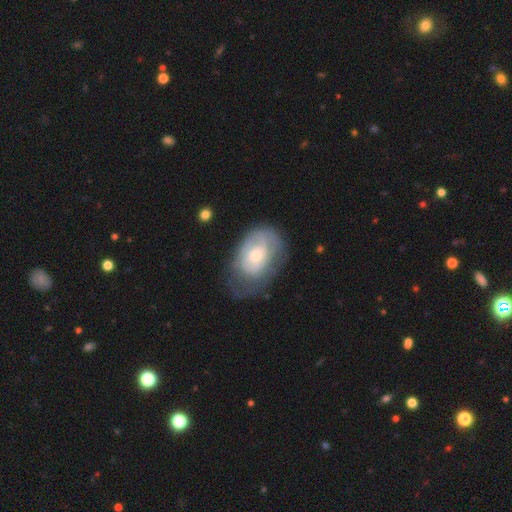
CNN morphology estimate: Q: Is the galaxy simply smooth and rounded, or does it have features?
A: featured or disk — 56%.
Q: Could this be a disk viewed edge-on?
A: no — 95%.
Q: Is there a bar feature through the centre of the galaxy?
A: no — 81%.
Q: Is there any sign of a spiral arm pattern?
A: yes — 57%.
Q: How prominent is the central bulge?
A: small — 51%.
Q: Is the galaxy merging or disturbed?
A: none — 50%.